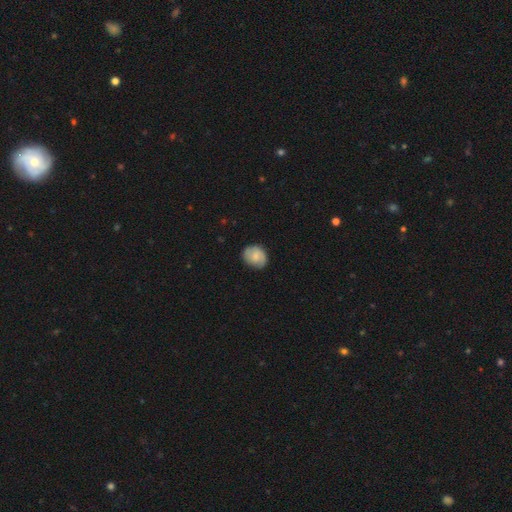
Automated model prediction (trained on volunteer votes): Overall: smooth (67%). How rounded: round (61%; in between 38%). Merging: none (78%).